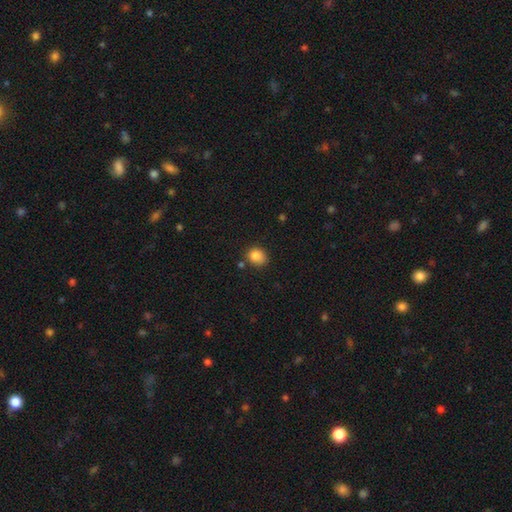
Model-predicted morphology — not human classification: This is clearly a smooth galaxy (85%). How rounded: likely round (65%). Merging: likely none (73%).